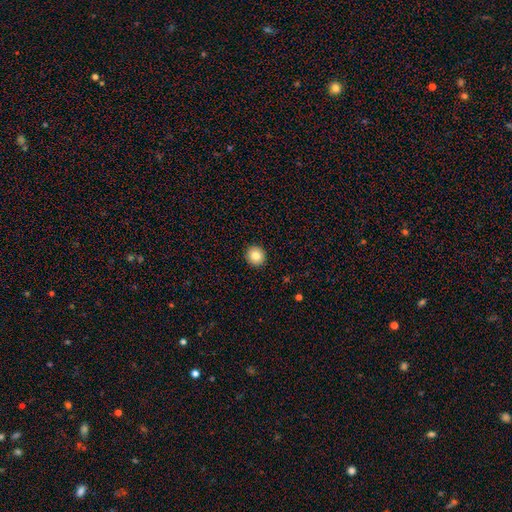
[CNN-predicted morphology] Smooth or featured?
  - smooth: 84% *
  - star or artifact: 9%
  - featured or disk: 7%
How rounded?
  - round: 93% *
  - in between: 6%
  - cigar-shaped: 1%
Merging?
  - none: 93% *
  - minor disturbance: 5%
  - major disturbance: 2%
  - merger: 1%